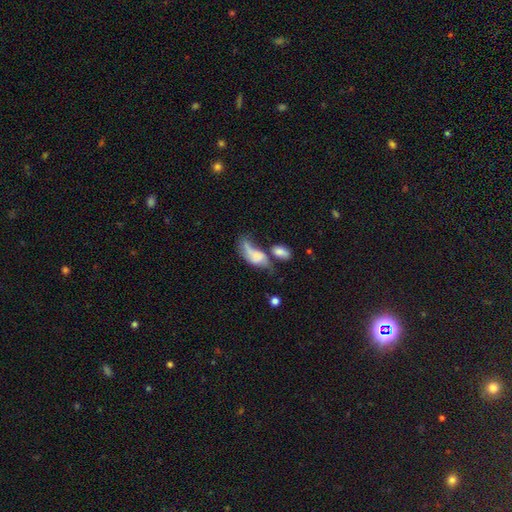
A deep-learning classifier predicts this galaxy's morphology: The model was most divided on "smooth or featured": smooth: 50%, featured or disk: 41%, star or artifact: 9%. Remaining: how rounded — in between (82%); merging — merger (40%).